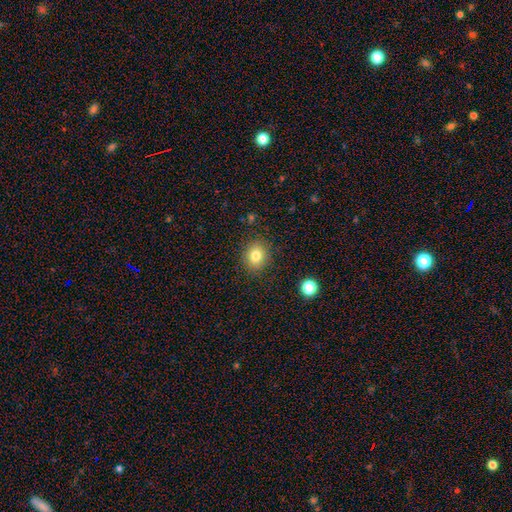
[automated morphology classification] The model was most divided on "how rounded": round: 72%, in between: 27%, cigar-shaped: 1%. More confident: merging — none (87%); smooth or featured — smooth (80%).